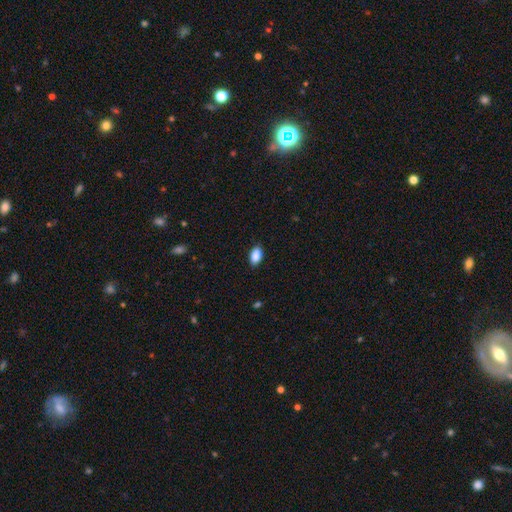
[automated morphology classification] This is clearly a smooth galaxy (89%). How rounded: clearly in between (93%). Merging: clearly none (88%).